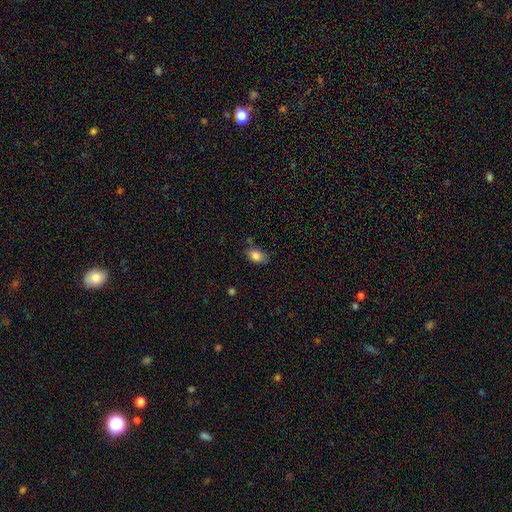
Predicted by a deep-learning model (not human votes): Smooth or featured: smooth — 83% (star or artifact — 9%)
How rounded: in between — 82% (round — 16%)
Merging: none — 67% (minor disturbance — 24%)